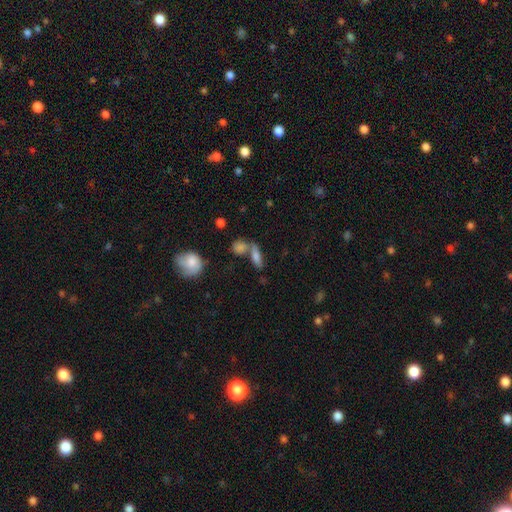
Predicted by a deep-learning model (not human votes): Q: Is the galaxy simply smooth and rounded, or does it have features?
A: smooth — 70%.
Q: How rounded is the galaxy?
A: in between — 56%.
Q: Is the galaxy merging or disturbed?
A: none — 44%.